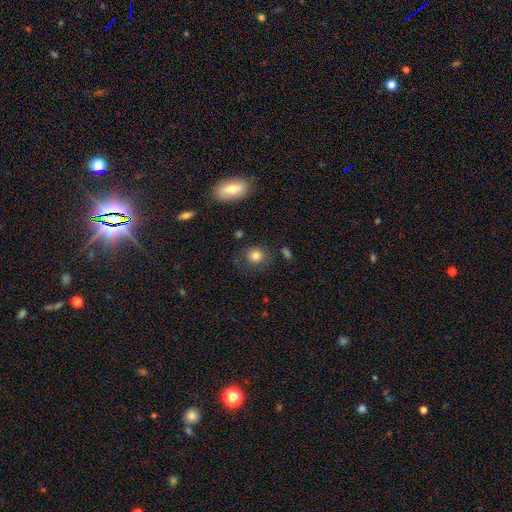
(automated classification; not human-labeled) This is likely a smooth galaxy (80%). How rounded: clearly round (81%). Merging: likely none (73%).